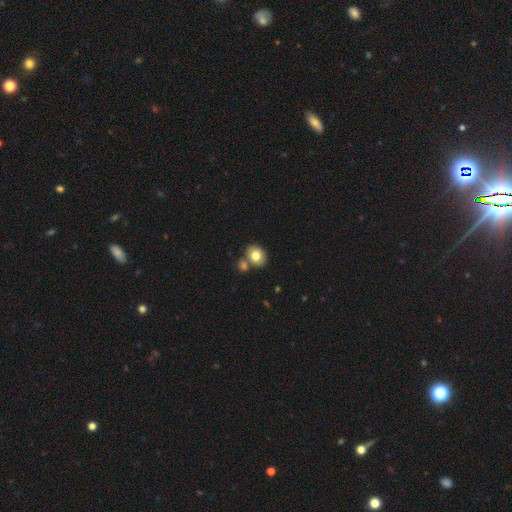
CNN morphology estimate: This appears to be a smooth galaxy with no disk features (79%) that is round (57%). Merging: none (61%).